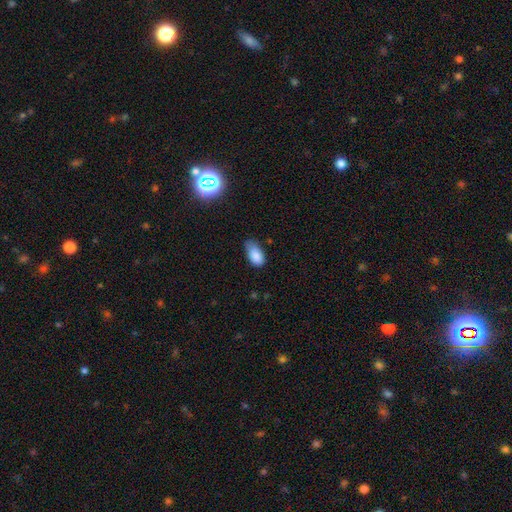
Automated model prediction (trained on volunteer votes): smooth 85%, star or artifact 9%, featured or disk 6%. Down the decision tree: how rounded — in between (93%); merging — none (45%).